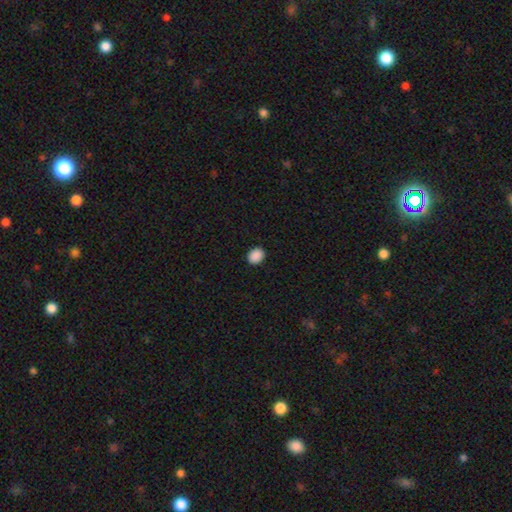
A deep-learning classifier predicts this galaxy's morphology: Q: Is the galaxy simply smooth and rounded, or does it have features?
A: smooth — 89%.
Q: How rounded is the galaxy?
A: in between — 53%.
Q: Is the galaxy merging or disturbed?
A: none — 91%.